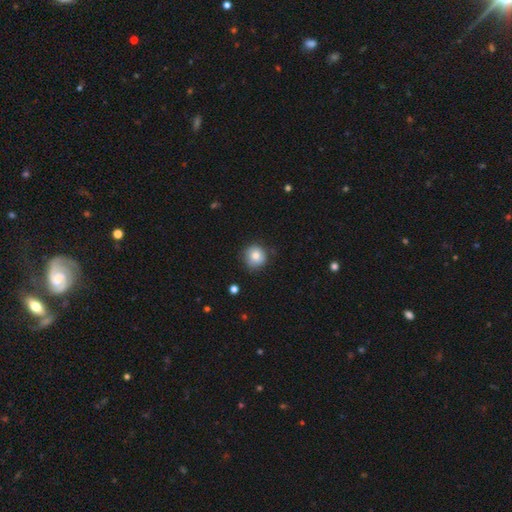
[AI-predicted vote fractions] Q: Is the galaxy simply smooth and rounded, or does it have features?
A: smooth — 78%.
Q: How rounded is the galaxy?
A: round — 92%.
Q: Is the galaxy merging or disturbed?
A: none — 80%.